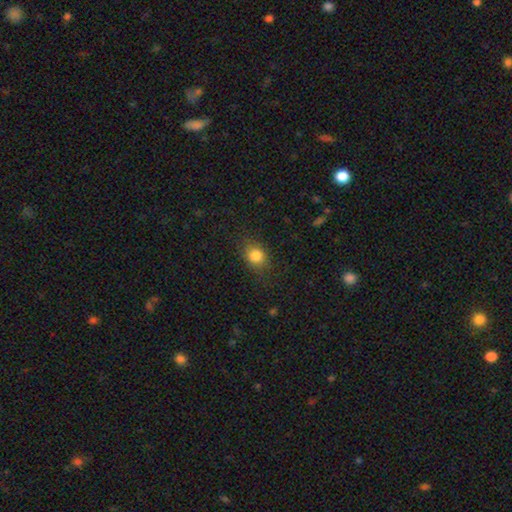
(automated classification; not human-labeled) Overall: smooth (82%). How rounded: round (59%; in between 40%). Merging: none (81%).